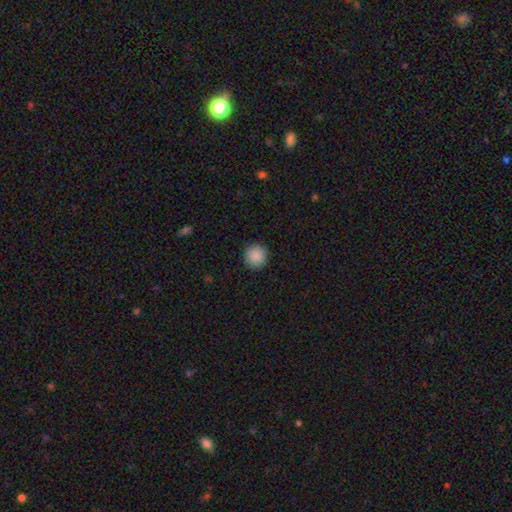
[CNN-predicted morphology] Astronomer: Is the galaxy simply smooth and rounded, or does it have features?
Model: smooth — 88%.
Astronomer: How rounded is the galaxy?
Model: round — 94%.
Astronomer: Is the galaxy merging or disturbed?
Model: none — 92%.